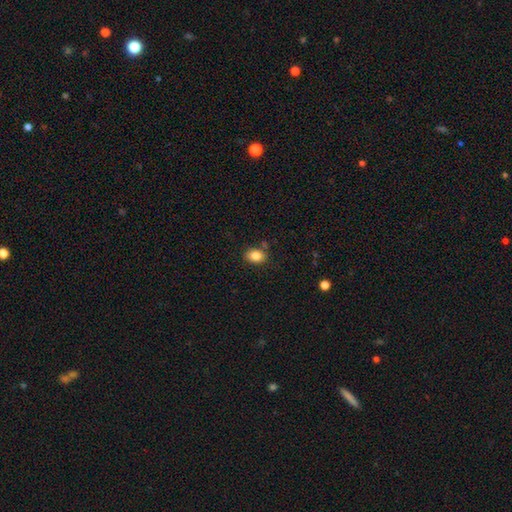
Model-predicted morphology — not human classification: Smooth or featured?
  - smooth: 84% *
  - star or artifact: 9%
  - featured or disk: 7%
How rounded?
  - in between: 70% *
  - round: 29%
  - cigar-shaped: 1%
Merging?
  - none: 79% *
  - minor disturbance: 12%
  - merger: 6%
  - major disturbance: 3%